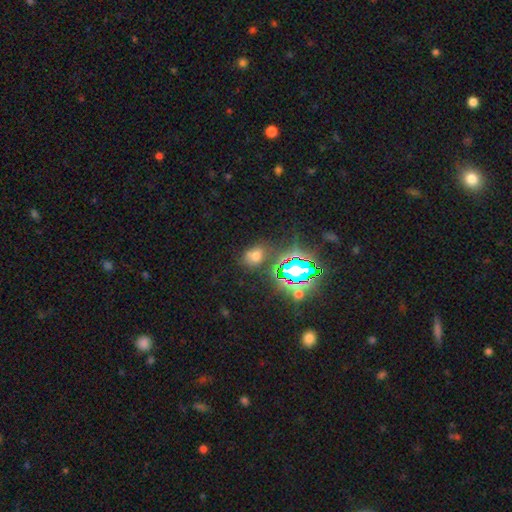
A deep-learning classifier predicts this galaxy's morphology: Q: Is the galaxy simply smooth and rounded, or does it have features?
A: smooth — 55%.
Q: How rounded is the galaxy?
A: in between — 63%.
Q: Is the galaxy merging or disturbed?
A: none — 70%.